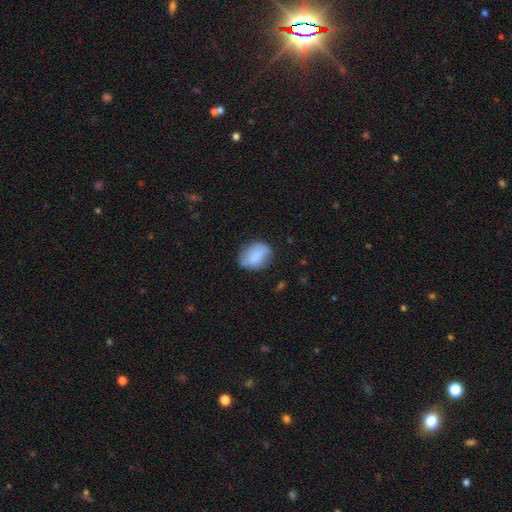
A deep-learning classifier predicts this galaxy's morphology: A smooth galaxy with no disk features (80%) that is in between round and cigar-shaped (71%). Merging: none (66%).